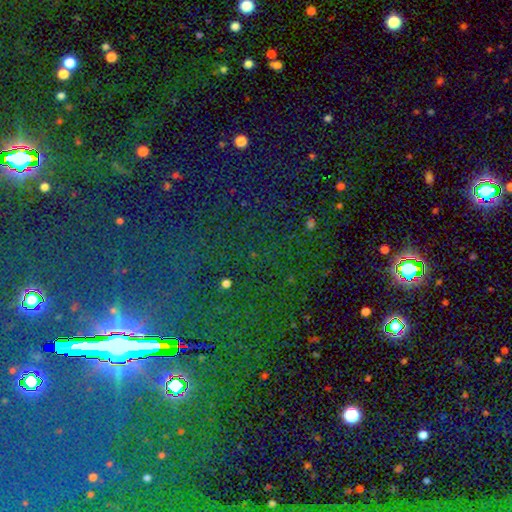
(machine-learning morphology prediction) A star or artifact, not a galaxy (80%).